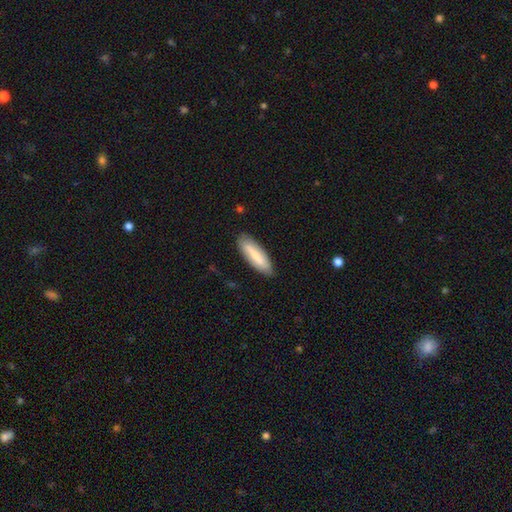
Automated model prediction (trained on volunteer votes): Smooth or featured: smooth — 68% (featured or disk — 26%)
How rounded: in between — 51% (cigar-shaped — 48%)
Merging: none — 83% (minor disturbance — 13%)